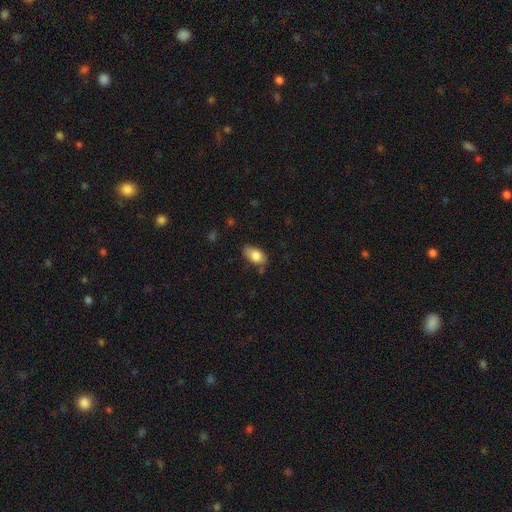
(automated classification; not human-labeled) The model was most divided on "merging": none: 68%, minor disturbance: 23%, major disturbance: 5%, merger: 4%. More confident: how rounded — in between (91%); smooth or featured — smooth (81%).